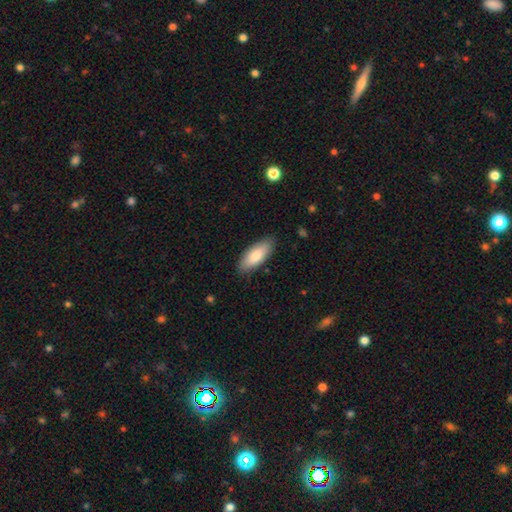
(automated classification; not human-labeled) This is clearly a smooth galaxy (81%). How rounded: likely in between (79%). Merging: clearly none (86%).